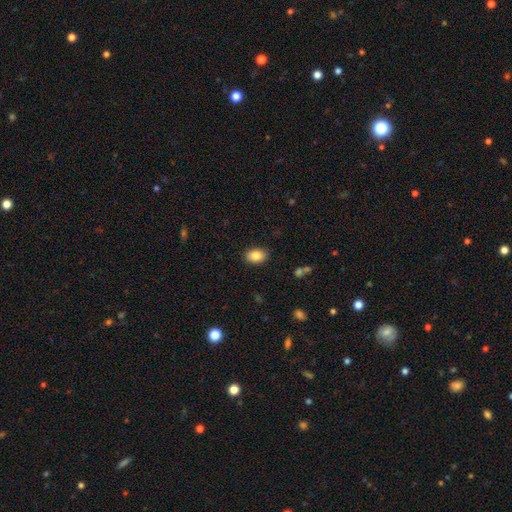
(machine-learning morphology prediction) Smooth or featured? Predicted: smooth (p=0.85). How rounded? Predicted: in between (p=0.86). Merging? Predicted: none (p=0.88).